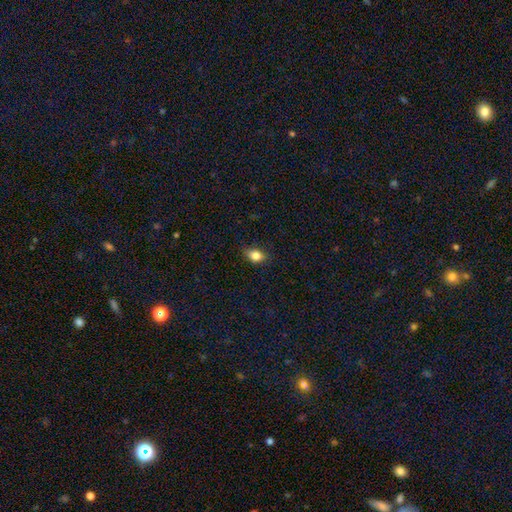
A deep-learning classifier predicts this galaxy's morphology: type=smooth (81%); roundness=in between (75%); merging=none (75%).